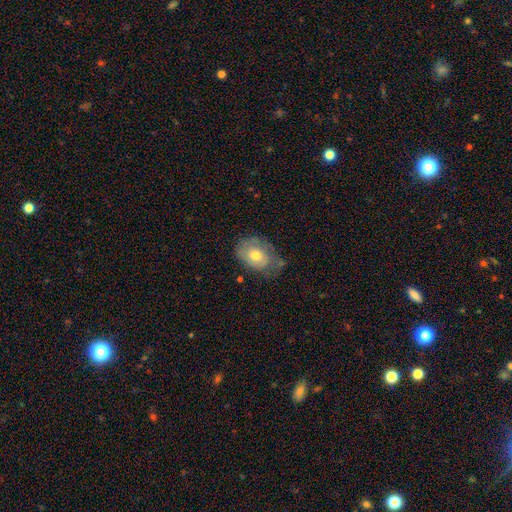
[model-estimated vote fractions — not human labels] The model was most divided on "merging": none: 53%, minor disturbance: 33%, major disturbance: 11%, merger: 3%. More confident: how rounded — in between (74%); smooth or featured — smooth (63%).